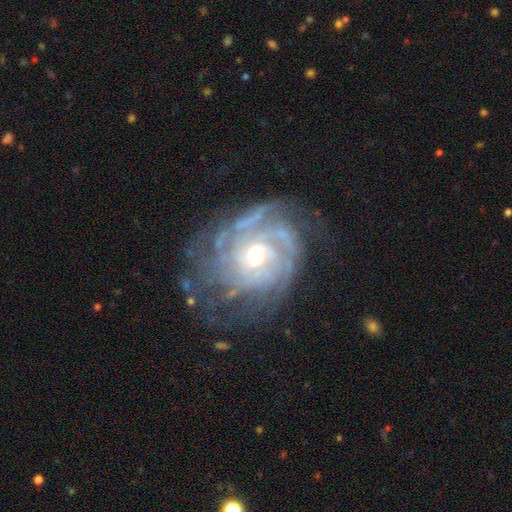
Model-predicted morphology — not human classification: The model was most divided on "spiral arm count": can't tell: 33%, 3: 18%, 4: 16%, 2: 13%, more than 4: 12%, 1: 7%. More confident: edge-on disk — no (97%); spiral arms — yes (96%); smooth or featured — featured or disk (88%); bar — no (70%); spiral winding — tight (70%); bulge size — moderate (65%); merging — none (64%).